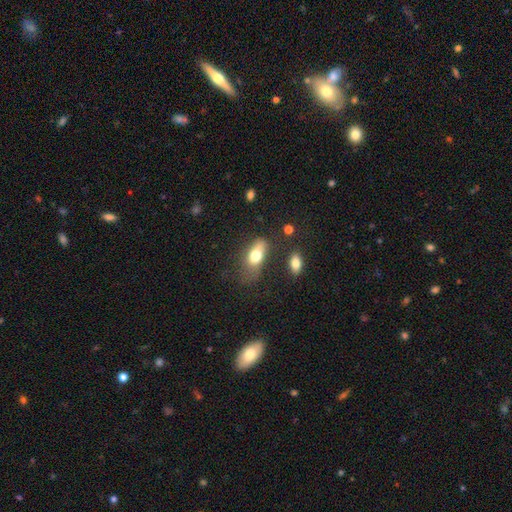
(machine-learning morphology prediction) smooth-or-featured: smooth: 75% | featured or disk: 17% | star or artifact: 8%
  how-rounded: in between: 87% | round: 7% | cigar-shaped: 6%
  merging: none: 42% | minor disturbance: 30% | major disturbance: 22% | merger: 6%